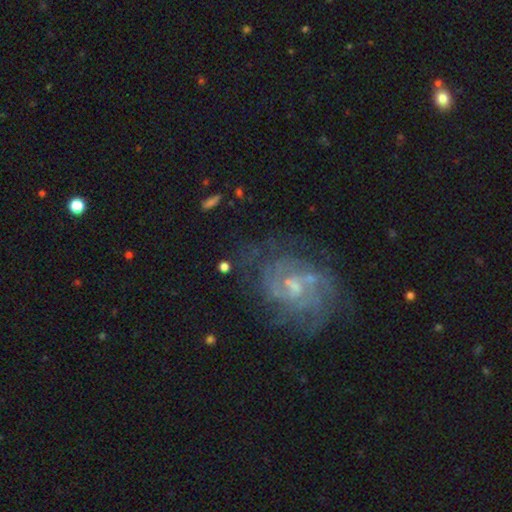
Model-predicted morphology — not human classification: This is likely a featured or disk galaxy (72%). It is clearly not viewed edge-on (97%). Bar: possibly no (50%). Spiral arm pattern: clearly yes (87%). Spiral arm count: marginally can't tell (45%). Spiral winding: possibly tight (51%). Central bulge: possibly small (58%). Merging: likely none (69%).